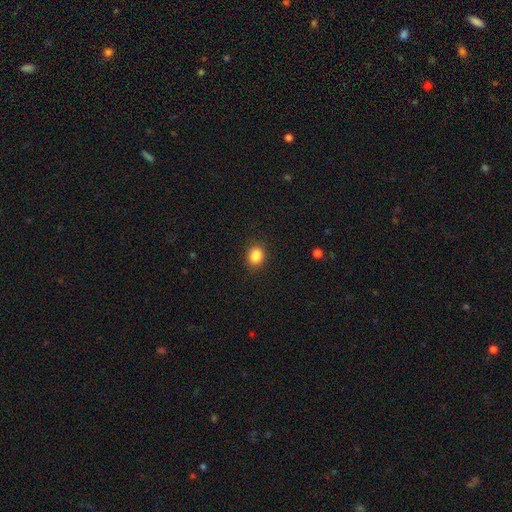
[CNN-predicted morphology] Smooth or featured? Predicted: smooth (p=0.87). How rounded? Predicted: in between (p=0.52). Merging? Predicted: none (p=0.85).